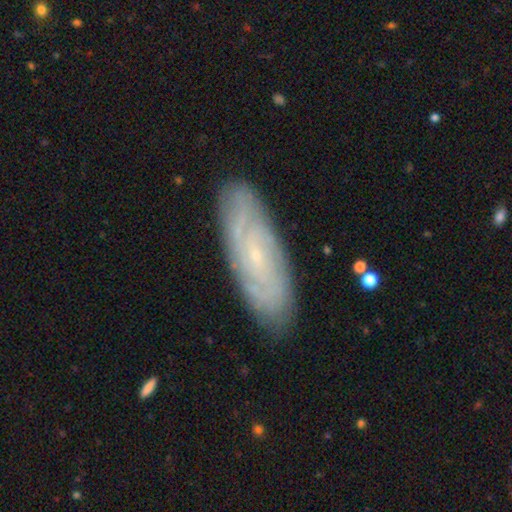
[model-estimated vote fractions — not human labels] The model was most divided on "spiral arm count": can't tell: 51%, 2: 21%, 3: 10%, 4: 8%, more than 4: 6%, 1: 5%. More confident: spiral arms — yes (90%); edge-on disk — no (87%); bulge size — small (87%); merging — none (85%); smooth or featured — featured or disk (74%); spiral winding — tight (69%); bar — no (68%).